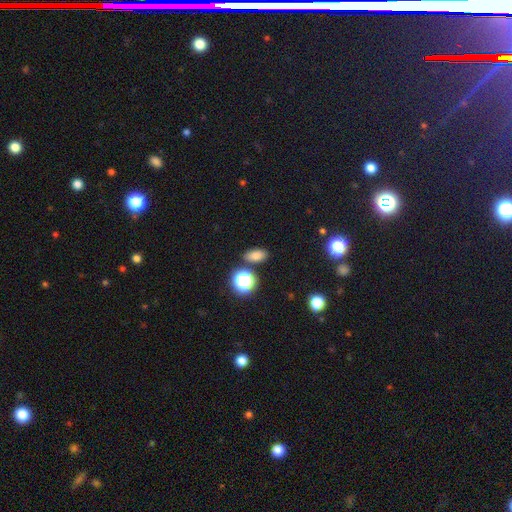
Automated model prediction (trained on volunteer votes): This is likely a smooth galaxy (76%). How rounded: clearly in between (83%). Merging: clearly none (83%).